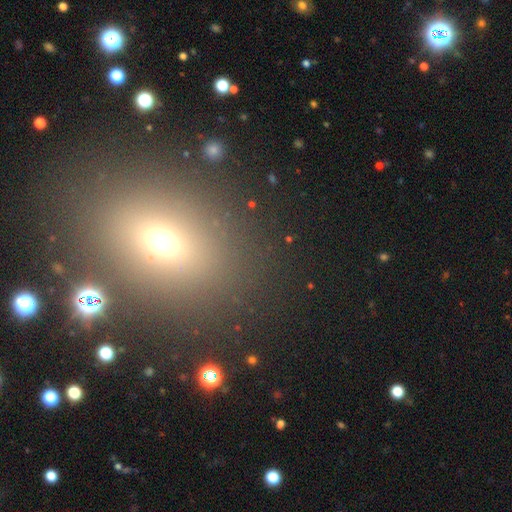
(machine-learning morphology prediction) This is possibly a smooth galaxy (52%). How rounded: possibly in between (58%). Merging: clearly none (84%).